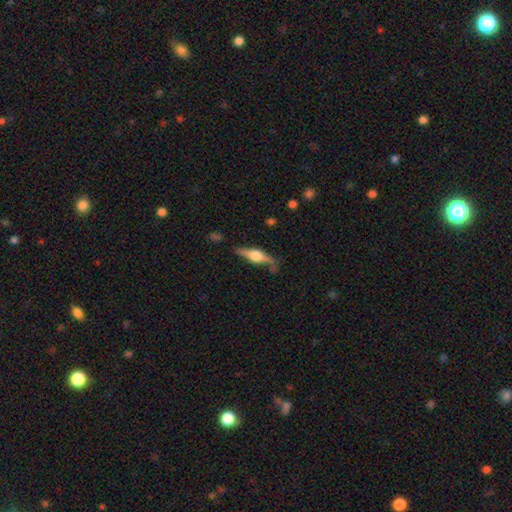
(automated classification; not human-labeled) A featured or disk galaxy (67%) viewed edge-on (96%) with a rounded central bulge (93%).

Vote fractions:
- Smooth or featured? featured or disk: 67% / smooth: 27% / star or artifact: 6%
- Edge-on disk? yes: 96% / no: 4%
- Edge-on bulge? rounded: 93% / boxy: 5% / none: 2%
- Merging? none: 77% / minor disturbance: 16% / major disturbance: 4% / merger: 3%